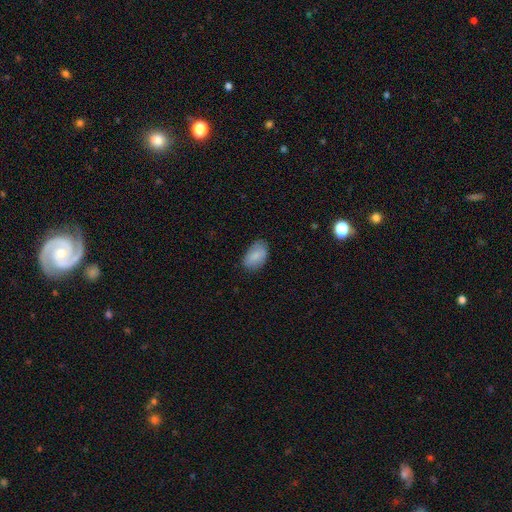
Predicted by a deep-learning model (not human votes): smooth 85%, featured or disk 9%, star or artifact 6%. Down the decision tree: how rounded — in between (93%); merging — none (77%).